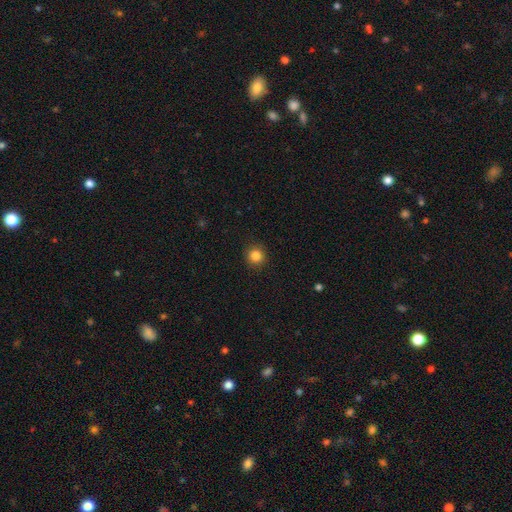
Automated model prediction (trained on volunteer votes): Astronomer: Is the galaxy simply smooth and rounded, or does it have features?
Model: smooth — 84%.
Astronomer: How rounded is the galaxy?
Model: round — 93%.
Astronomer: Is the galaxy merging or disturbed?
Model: none — 91%.